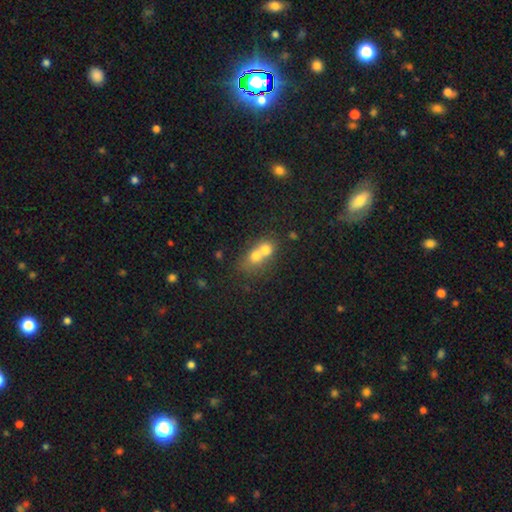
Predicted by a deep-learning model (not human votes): Morphology: type=smooth (67%); roundness=round (59%); merging=merger (74%).